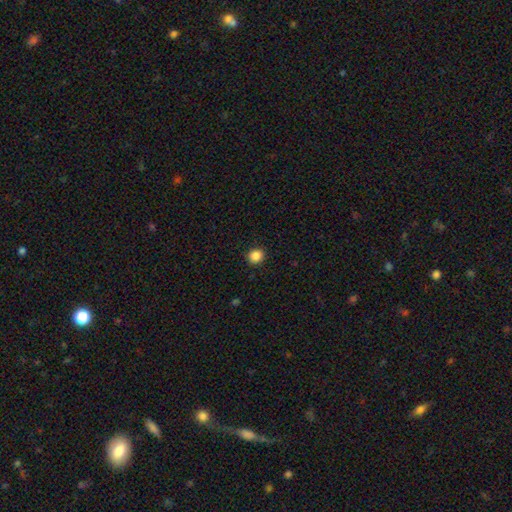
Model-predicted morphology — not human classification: A smooth galaxy with no disk features (87%) that is round (85%).

Vote fractions:
- Smooth or featured? smooth: 87% / star or artifact: 10% / featured or disk: 3%
- How rounded? round: 85% / in between: 14% / cigar-shaped: 1%
- Merging? none: 91% / minor disturbance: 6% / major disturbance: 2% / merger: 1%